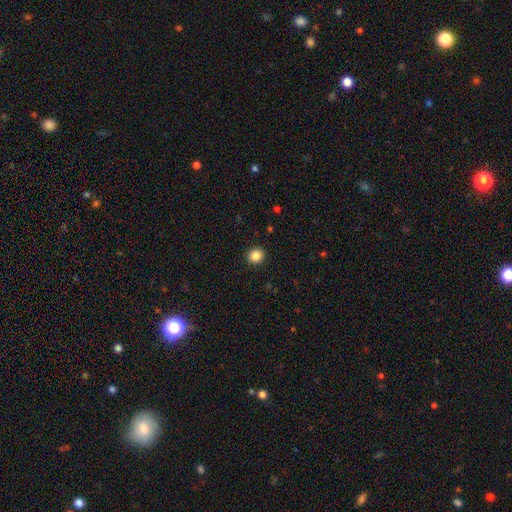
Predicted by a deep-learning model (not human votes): Q: Smooth or featured?
A: smooth (85%); runner-up: star or artifact (10%)
Q: How rounded?
A: round (90%); runner-up: in between (9%)
Q: Merging?
A: none (93%); runner-up: minor disturbance (5%)